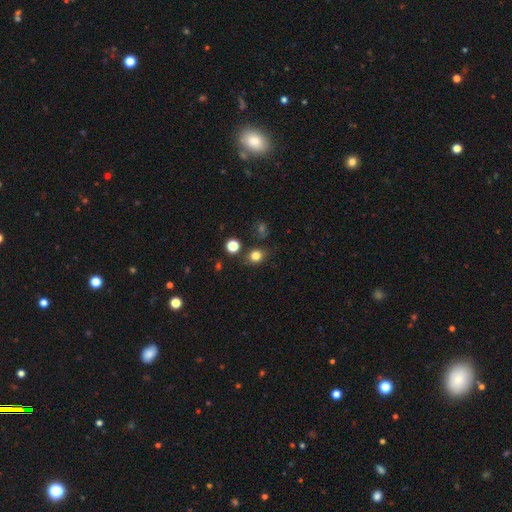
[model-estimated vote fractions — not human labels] Overall: smooth (79%). How rounded: round (63%; in between 36%). Merging: none (78%).